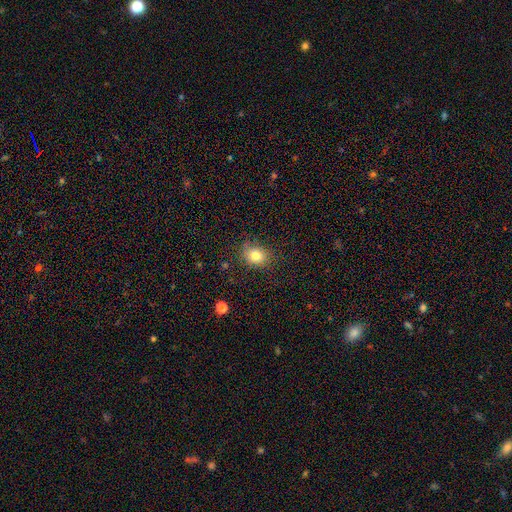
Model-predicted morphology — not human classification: smooth-or-featured: smooth: 80% | star or artifact: 12% | featured or disk: 8%
  how-rounded: round: 60% | in between: 39% | cigar-shaped: 1%
  merging: none: 79% | minor disturbance: 15% | major disturbance: 4% | merger: 2%